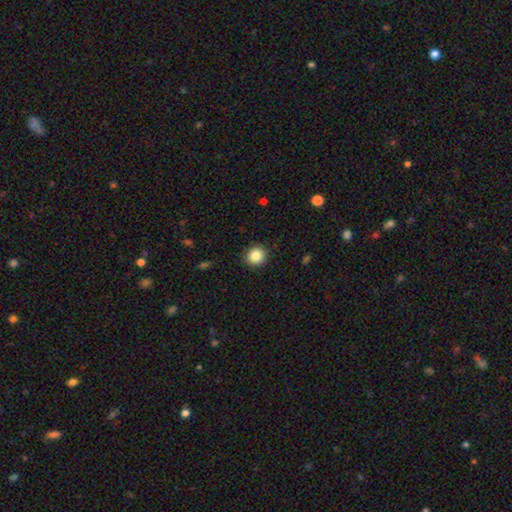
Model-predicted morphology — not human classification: smooth 85%, star or artifact 10%, featured or disk 5%. Down the decision tree: how rounded — round (88%); merging — none (90%).